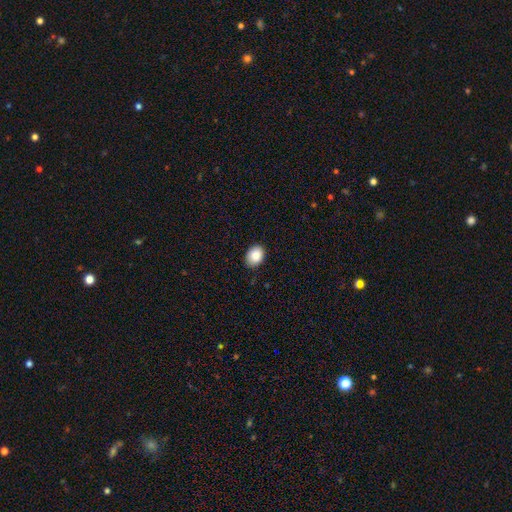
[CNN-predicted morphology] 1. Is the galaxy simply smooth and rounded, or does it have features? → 88% smooth, 8% star or artifact, 4% featured or disk.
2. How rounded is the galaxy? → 69% in between, 30% round, 1% cigar-shaped.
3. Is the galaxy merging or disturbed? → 87% none, 10% minor disturbance, 2% major disturbance, 1% merger.